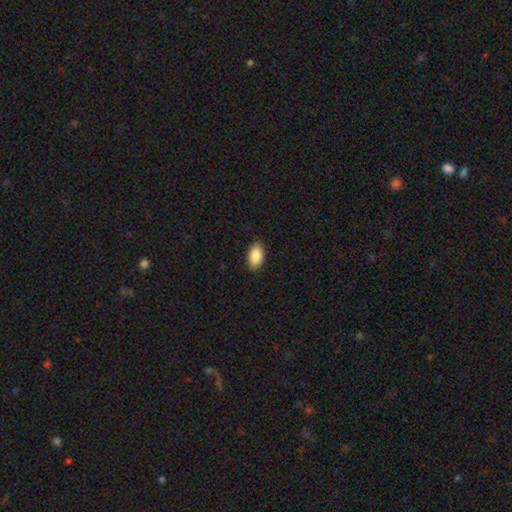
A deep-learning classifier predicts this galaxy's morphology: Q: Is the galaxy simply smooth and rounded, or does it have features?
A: smooth — 88%.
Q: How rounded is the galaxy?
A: in between — 94%.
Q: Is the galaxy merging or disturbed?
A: none — 89%.